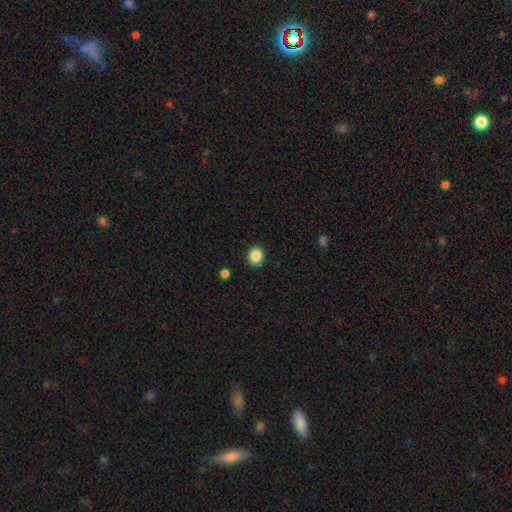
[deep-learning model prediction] smooth 87%, star or artifact 10%, featured or disk 4%. Down the decision tree: how rounded — round (81%); merging — none (91%).